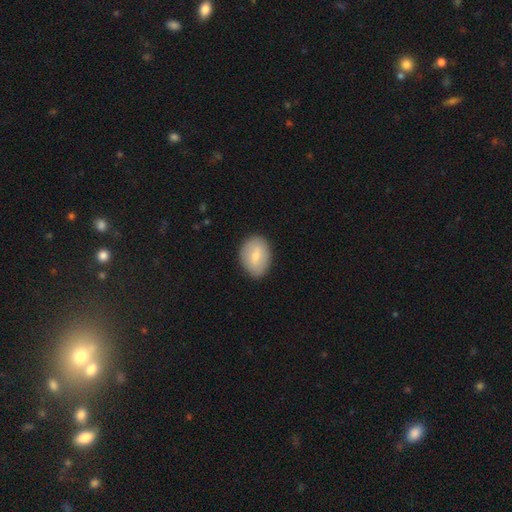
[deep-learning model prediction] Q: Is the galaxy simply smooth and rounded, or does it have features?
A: smooth — 72%.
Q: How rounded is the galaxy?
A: in between — 77%.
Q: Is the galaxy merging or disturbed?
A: none — 84%.